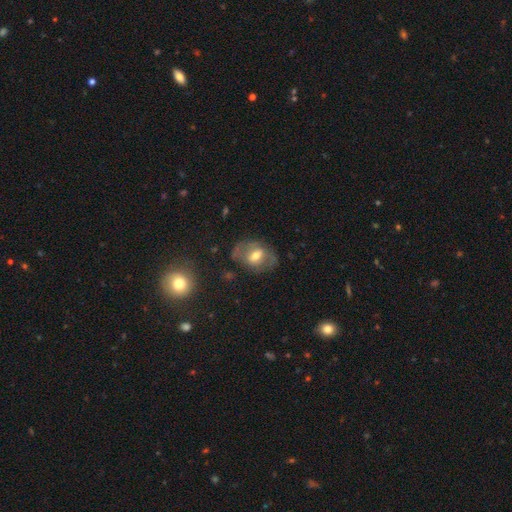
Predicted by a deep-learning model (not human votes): This appears to be a featured or disk galaxy (48%). Merging: none (63%).